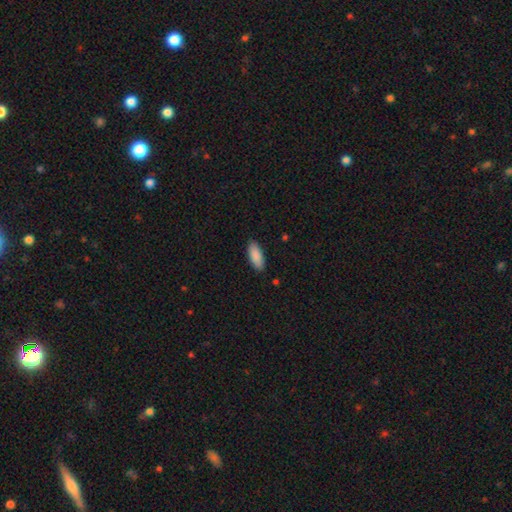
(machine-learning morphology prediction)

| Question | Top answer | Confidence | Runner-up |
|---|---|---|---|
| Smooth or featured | smooth | 90% | star or artifact (6%) |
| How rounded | in between | 81% | cigar-shaped (17%) |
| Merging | none | 88% | minor disturbance (9%) |